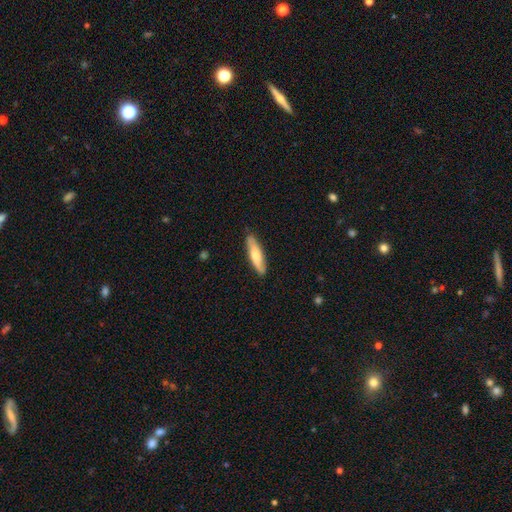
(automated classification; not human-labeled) smooth 66%, featured or disk 29%, star or artifact 5%. Down the decision tree: how rounded — cigar-shaped (74%); merging — none (85%).